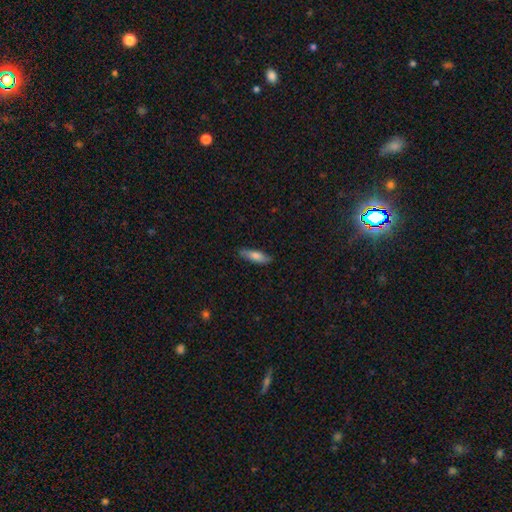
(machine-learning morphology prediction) Overall: smooth (76%). How rounded: in between (51%; cigar-shaped 47%). Merging: none (82%).